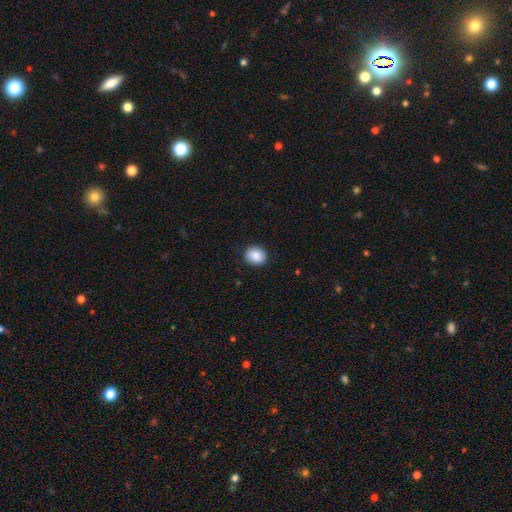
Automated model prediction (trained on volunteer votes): smooth_or_featured: smooth (p=0.89) [alt: star or artifact p=0.08]
how_rounded: round (p=0.70) [alt: in between p=0.29]
merging: none (p=0.88) [alt: minor disturbance p=0.09]